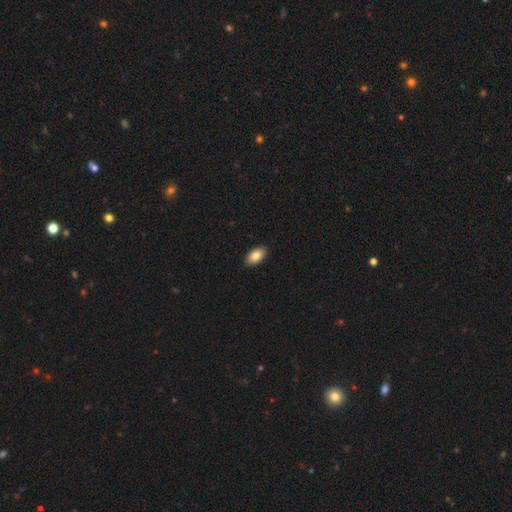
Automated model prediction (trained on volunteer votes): Smooth or featured: smooth — 86% (featured or disk — 7%)
How rounded: in between — 94% (round — 4%)
Merging: none — 90% (minor disturbance — 7%)